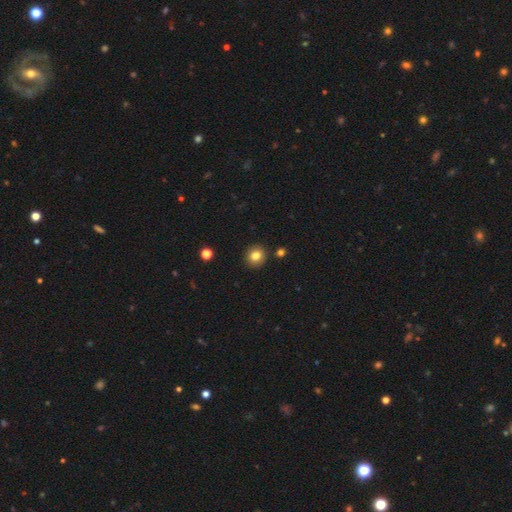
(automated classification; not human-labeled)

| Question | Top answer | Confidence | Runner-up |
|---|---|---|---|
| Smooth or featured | smooth | 82% | star or artifact (11%) |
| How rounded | round | 86% | in between (14%) |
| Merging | none | 89% | minor disturbance (6%) |